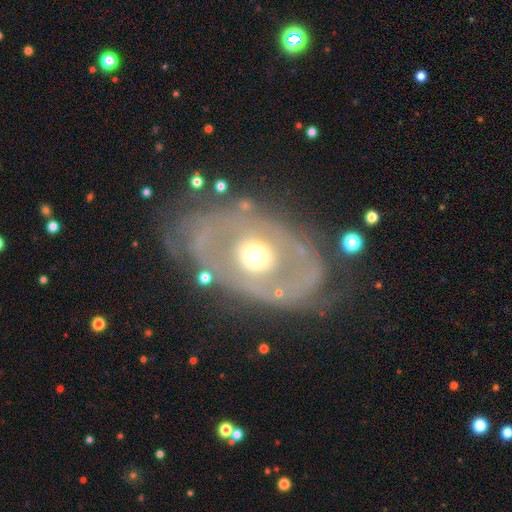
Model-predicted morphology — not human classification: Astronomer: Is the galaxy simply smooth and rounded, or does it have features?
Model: featured or disk — 70%.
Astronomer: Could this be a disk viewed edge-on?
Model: no — 93%.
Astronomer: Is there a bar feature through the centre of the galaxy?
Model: no — 83%.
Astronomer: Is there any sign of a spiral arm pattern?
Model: no — 68%.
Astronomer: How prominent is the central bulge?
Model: moderate — 65%.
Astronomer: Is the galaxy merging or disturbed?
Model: none — 66%.